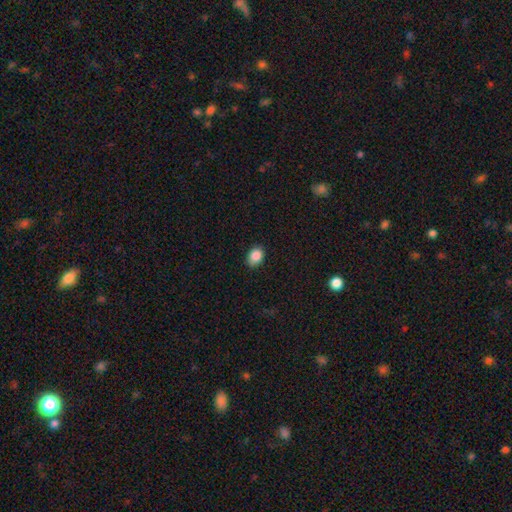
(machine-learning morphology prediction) Q: Smooth or featured?
A: smooth (87%); runner-up: star or artifact (9%)
Q: How rounded?
A: in between (64%); runner-up: round (35%)
Q: Merging?
A: none (81%); runner-up: minor disturbance (16%)